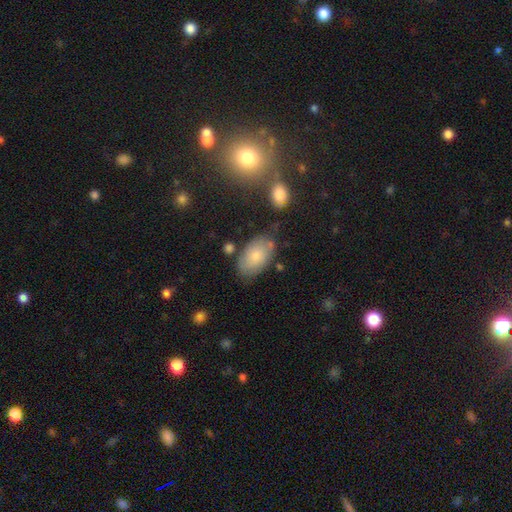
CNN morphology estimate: Smooth or featured? Predicted: smooth (p=0.73). How rounded? Predicted: in between (p=0.92). Merging? Predicted: none (p=0.71).